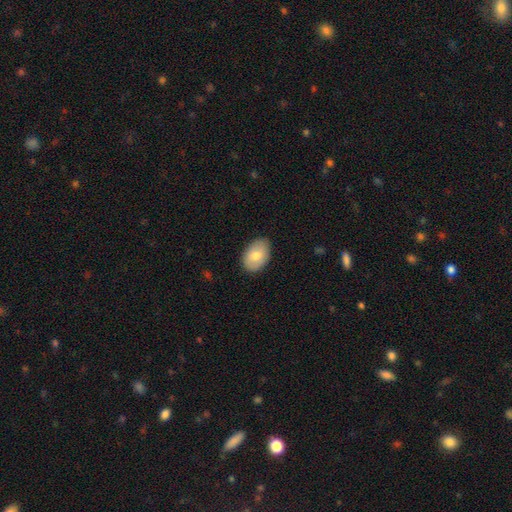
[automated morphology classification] smooth 75%, featured or disk 18%, star or artifact 7%. Down the decision tree: how rounded — in between (86%); merging — none (83%).